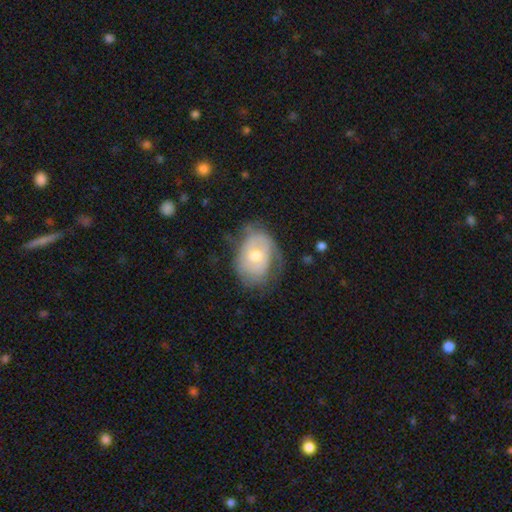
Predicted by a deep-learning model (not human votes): The model was most divided on "smooth or featured": featured or disk: 52%, smooth: 41%, star or artifact: 7%. More confident: edge-on disk — no (95%); merging — none (52%).